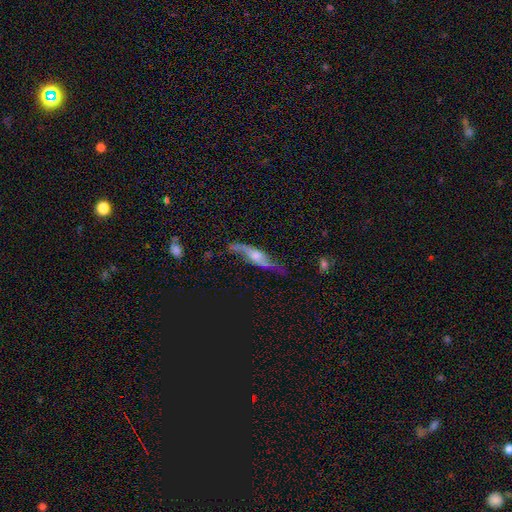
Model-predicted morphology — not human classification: The model was most divided on "edge-on disk": no: 56%, yes: 44%. More confident: smooth or featured — featured or disk (76%); merging — none (64%).